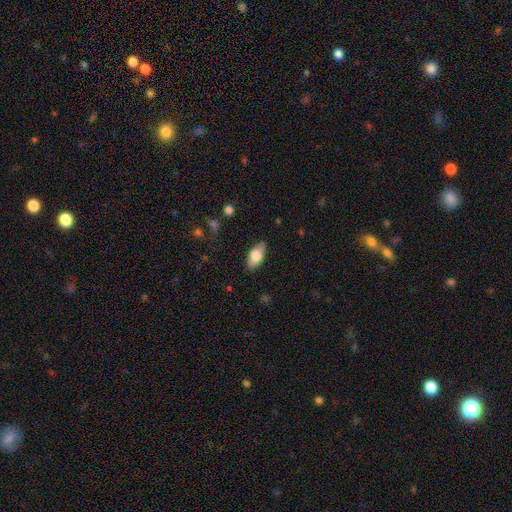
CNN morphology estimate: smooth_or_featured: smooth (p=0.74) [alt: featured or disk p=0.19]
how_rounded: in between (p=0.89) [alt: cigar-shaped p=0.09]
merging: none (p=0.83) [alt: minor disturbance p=0.13]